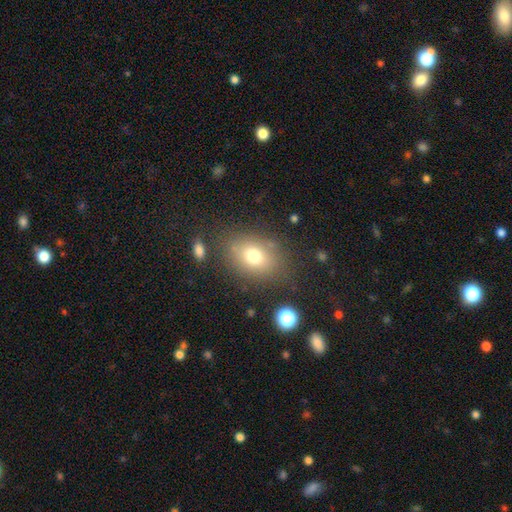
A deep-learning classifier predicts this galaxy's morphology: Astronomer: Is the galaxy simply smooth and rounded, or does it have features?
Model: smooth — 71%.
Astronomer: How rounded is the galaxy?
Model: in between — 70%.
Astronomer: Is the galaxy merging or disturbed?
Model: none — 78%.